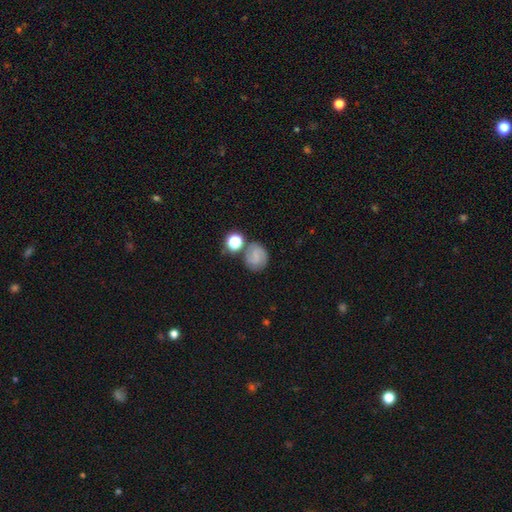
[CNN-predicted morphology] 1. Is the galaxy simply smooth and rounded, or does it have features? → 50% featured or disk, 38% smooth, 12% star or artifact.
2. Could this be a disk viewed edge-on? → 97% no, 3% yes.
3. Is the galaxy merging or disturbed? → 67% none, 15% minor disturbance, 12% merger, 6% major disturbance.